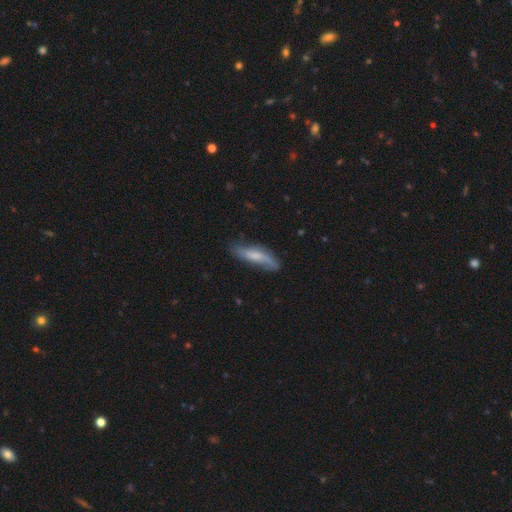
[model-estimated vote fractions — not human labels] This is possibly a smooth galaxy (48%). Merging: likely none (65%).